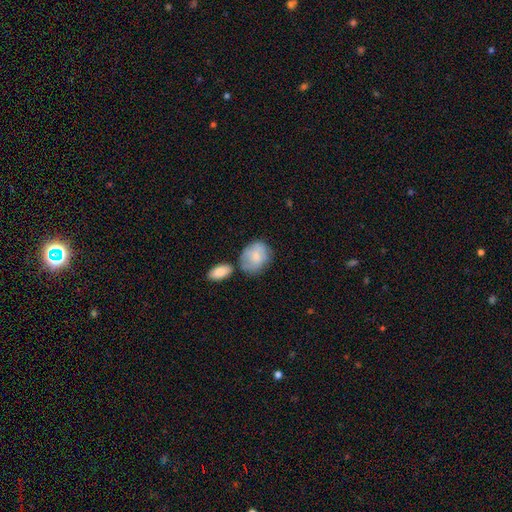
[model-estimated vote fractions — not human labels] This appears to be a smooth galaxy with no disk features (71%) that is in between round and cigar-shaped (55%). Merging: none (50%).